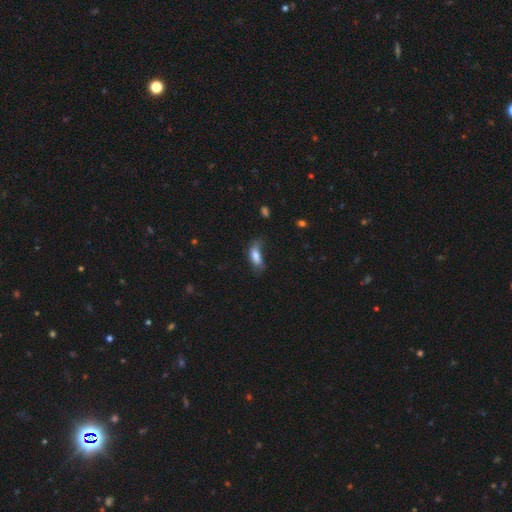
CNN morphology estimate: smooth-or-featured: smooth: 75% | featured or disk: 16% | star or artifact: 9%
  how-rounded: in between: 78% | cigar-shaped: 18% | round: 3%
  merging: none: 36% | minor disturbance: 34% | major disturbance: 26% | merger: 4%